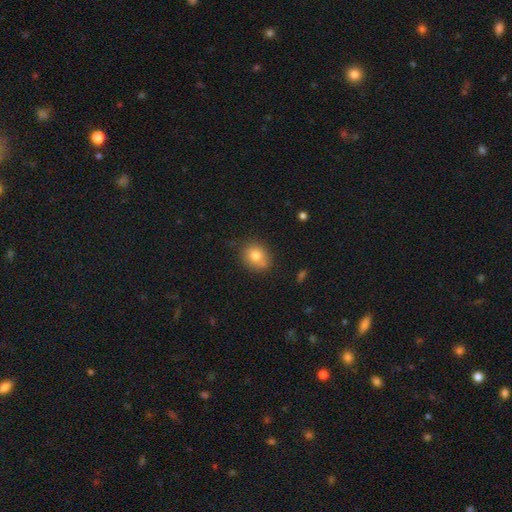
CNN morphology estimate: A smooth galaxy with no disk features (77%) that is round (64%).

Vote fractions:
- Smooth or featured? smooth: 77% / featured or disk: 13% / star or artifact: 10%
- How rounded? round: 64% / in between: 35% / cigar-shaped: 1%
- Merging? none: 71% / minor disturbance: 21% / merger: 4% / major disturbance: 4%